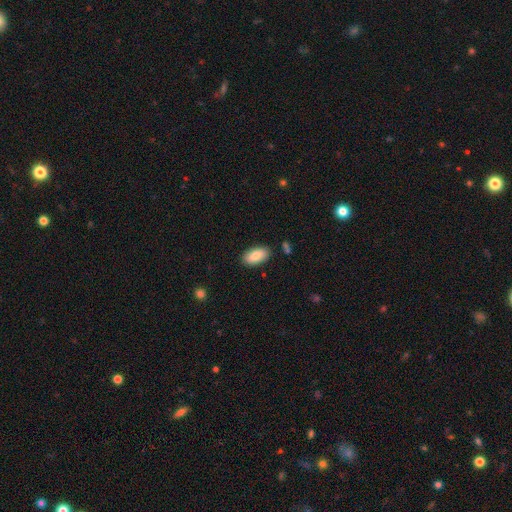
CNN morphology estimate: This appears to be a smooth galaxy with no disk features (84%) that is in between round and cigar-shaped (93%). Merging: none (86%).